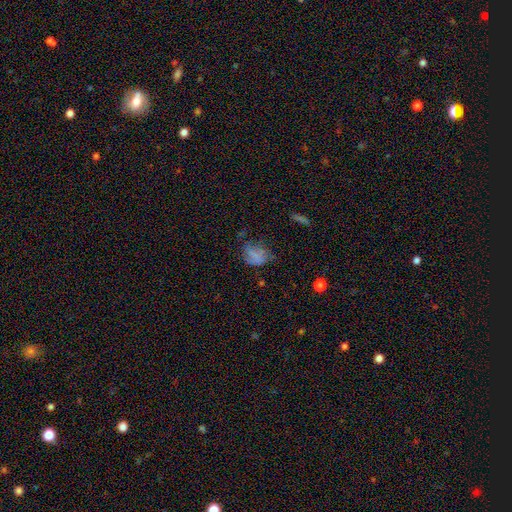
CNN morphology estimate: This is possibly a smooth galaxy (58%). How rounded: likely in between (66%). Merging: marginally none (41%).